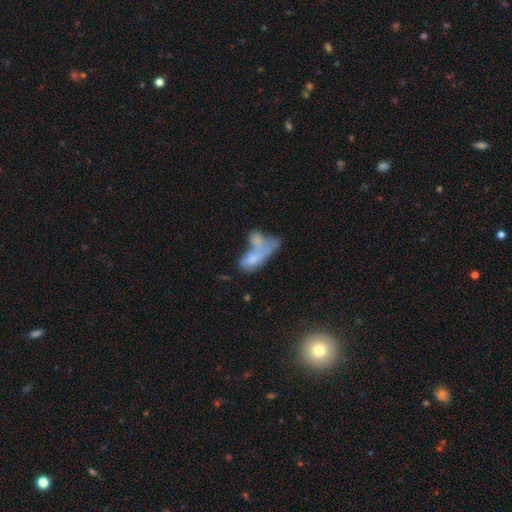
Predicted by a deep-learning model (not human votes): Overall: smooth (57%; featured or disk 31%). How rounded: in between (75%). Merging: merger (57%).